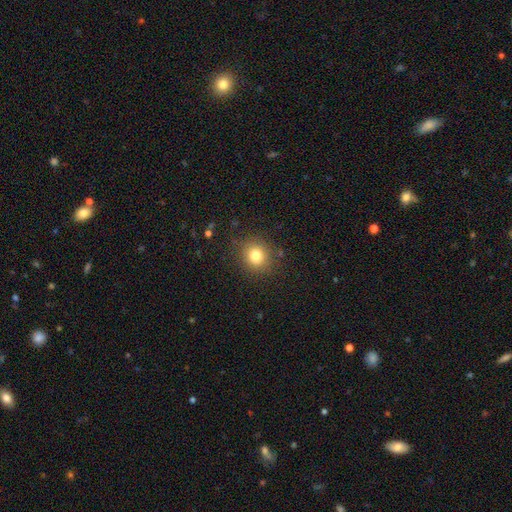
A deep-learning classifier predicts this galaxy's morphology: Smooth or featured? smooth (80%)
How rounded? round (85%)
Merging? none (87%)